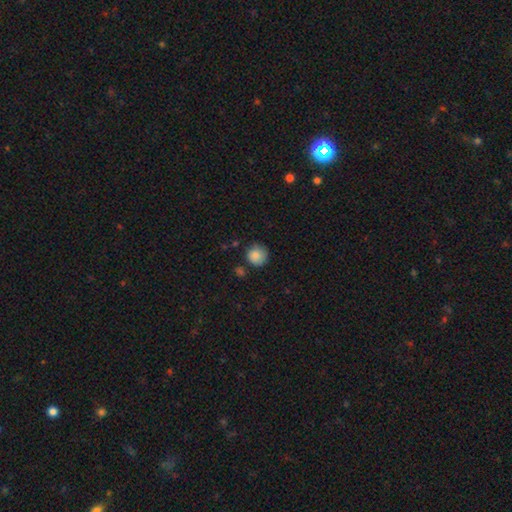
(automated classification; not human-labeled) A smooth galaxy with no disk features (86%) that is round (92%). Merging: none (75%).